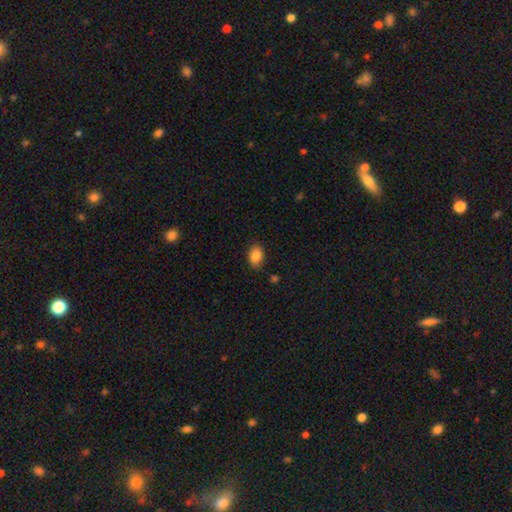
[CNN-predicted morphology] Smooth or featured? Predicted: smooth (p=0.86). How rounded? Predicted: in between (p=0.80). Merging? Predicted: none (p=0.83).